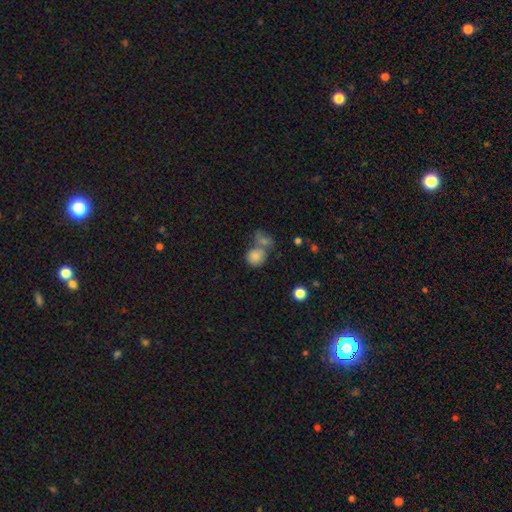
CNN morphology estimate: Smooth or featured? smooth (82%)
How rounded? round (76%)
Merging? merger (45%)